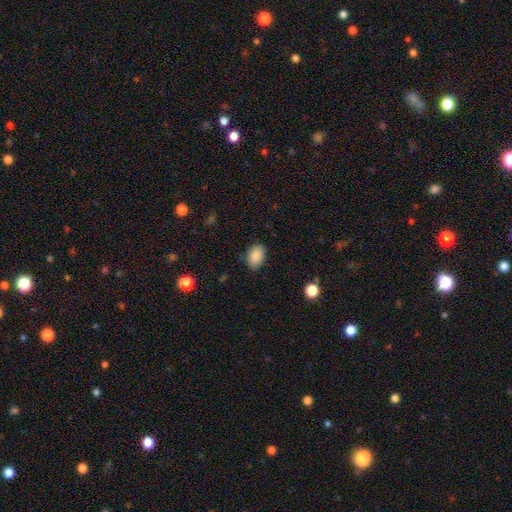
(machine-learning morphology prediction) This is clearly a smooth galaxy (88%). How rounded: clearly in between (84%). Merging: clearly none (84%).